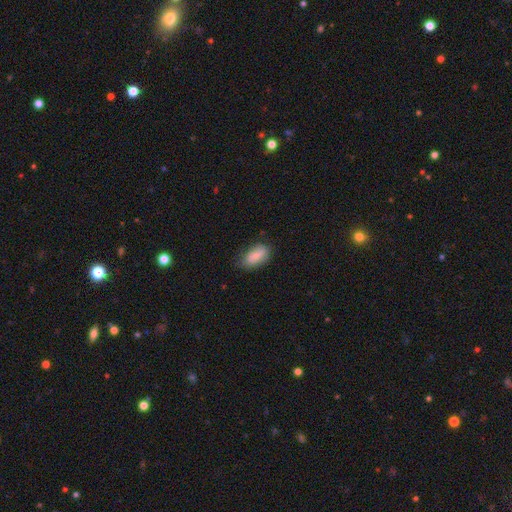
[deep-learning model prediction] smooth 80%, featured or disk 13%, star or artifact 7%. Down the decision tree: how rounded — in between (90%); merging — none (70%).